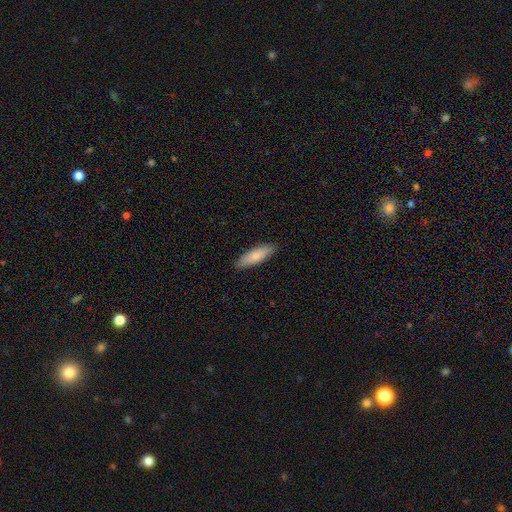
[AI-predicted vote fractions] This appears to be a smooth galaxy with no disk features (81%) that is cigar-shaped (54%). Merging: none (89%).